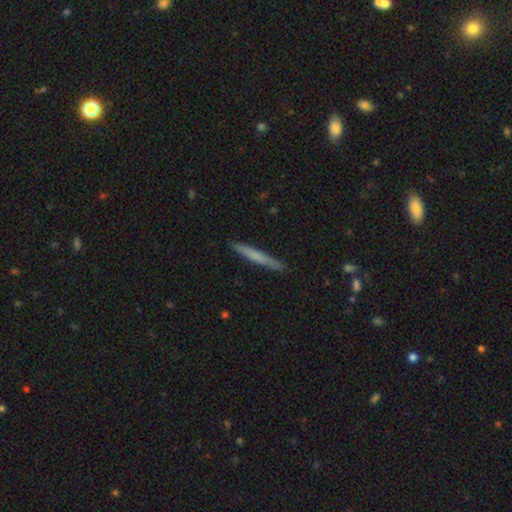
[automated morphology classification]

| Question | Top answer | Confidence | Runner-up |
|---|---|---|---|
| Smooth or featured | smooth | 64% | featured or disk (31%) |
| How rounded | cigar-shaped | 96% | in between (3%) |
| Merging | none | 90% | minor disturbance (8%) |